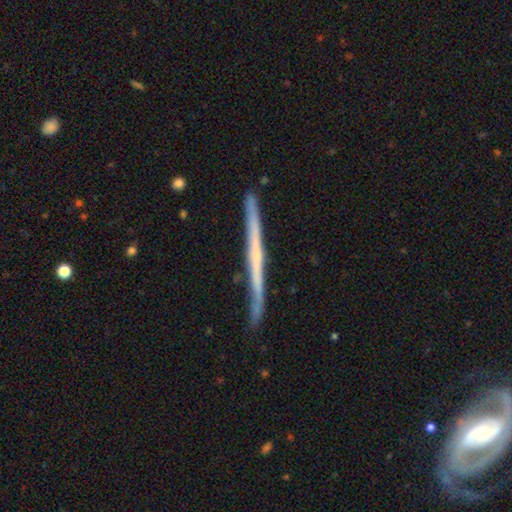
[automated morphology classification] Smooth or featured: featured or disk — 66% (smooth — 29%)
Edge-on disk: yes — 98% (no — 2%)
Edge-on bulge: none — 81% (rounded — 13%)
Merging: none — 86% (minor disturbance — 11%)